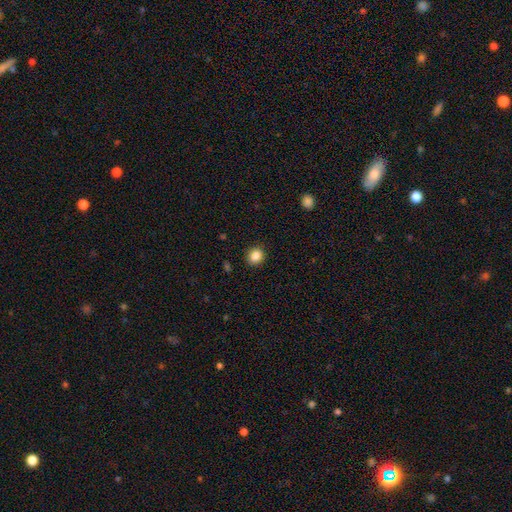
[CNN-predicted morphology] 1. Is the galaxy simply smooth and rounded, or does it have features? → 85% smooth, 10% star or artifact, 4% featured or disk.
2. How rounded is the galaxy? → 84% round, 15% in between, 1% cigar-shaped.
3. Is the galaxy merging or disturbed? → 91% none, 6% minor disturbance, 2% major disturbance, 1% merger.